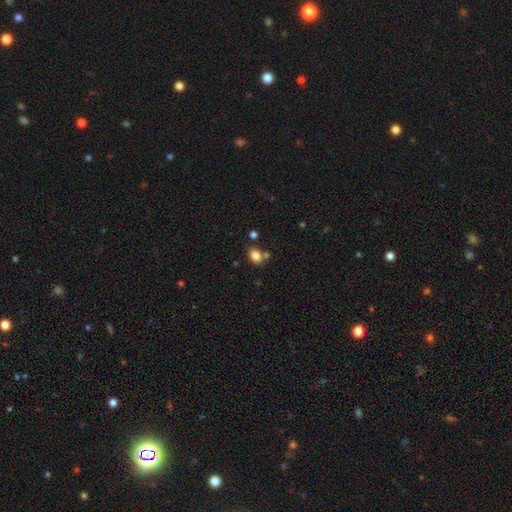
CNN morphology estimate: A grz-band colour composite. It shows a smooth galaxy with no disk features (84%) that is in between round and cigar-shaped (73%). Merging: none (67%).